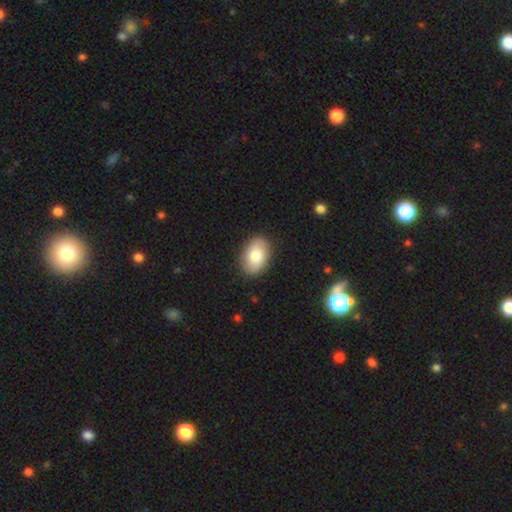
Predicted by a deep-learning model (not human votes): Q: Smooth or featured?
A: smooth (79%); runner-up: featured or disk (14%)
Q: How rounded?
A: in between (89%); runner-up: round (9%)
Q: Merging?
A: none (87%); runner-up: minor disturbance (10%)